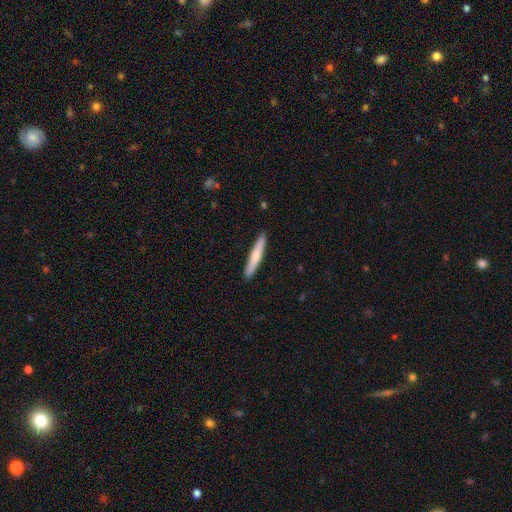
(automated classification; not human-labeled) Smooth or featured: smooth — 64% (featured or disk — 31%)
How rounded: cigar-shaped — 94% (in between — 5%)
Merging: none — 91% (minor disturbance — 7%)